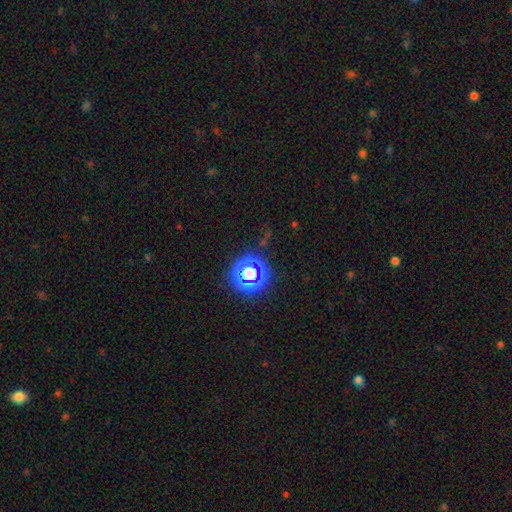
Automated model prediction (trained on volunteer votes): The model was most divided on "smooth or featured": star or artifact: 72%, smooth: 22%, featured or disk: 6%.